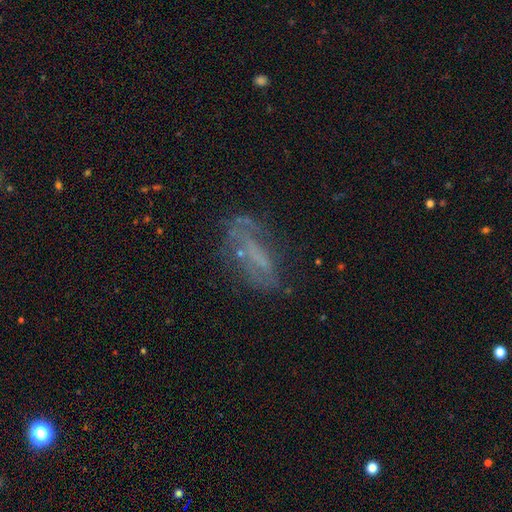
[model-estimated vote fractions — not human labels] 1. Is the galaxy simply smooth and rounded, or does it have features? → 51% featured or disk, 31% smooth, 18% star or artifact.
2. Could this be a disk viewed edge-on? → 87% no, 13% yes.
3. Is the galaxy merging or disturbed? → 48% none, 25% major disturbance, 23% minor disturbance, 4% merger.